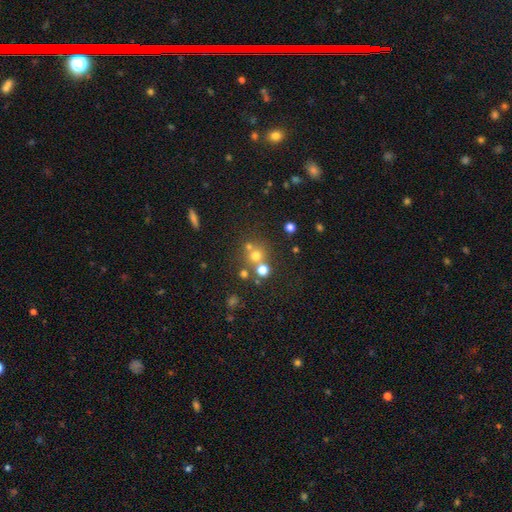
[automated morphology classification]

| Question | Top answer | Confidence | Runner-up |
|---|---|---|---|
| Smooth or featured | smooth | 61% | star or artifact (24%) |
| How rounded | round | 88% | in between (11%) |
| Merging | none | 57% | merger (31%) |